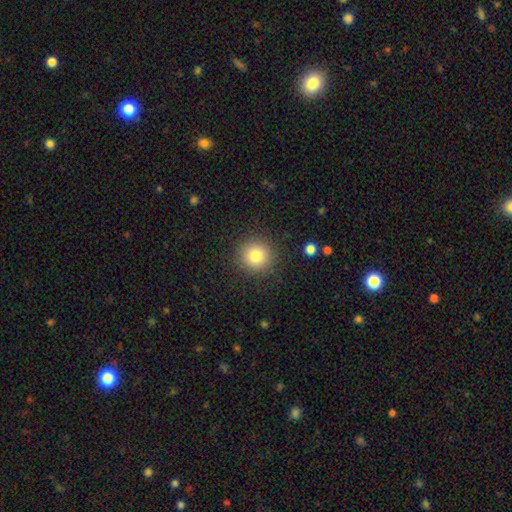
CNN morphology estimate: The model was most divided on "smooth or featured": smooth: 81%, star or artifact: 11%, featured or disk: 8%. More confident: how rounded — round (93%); merging — none (89%).